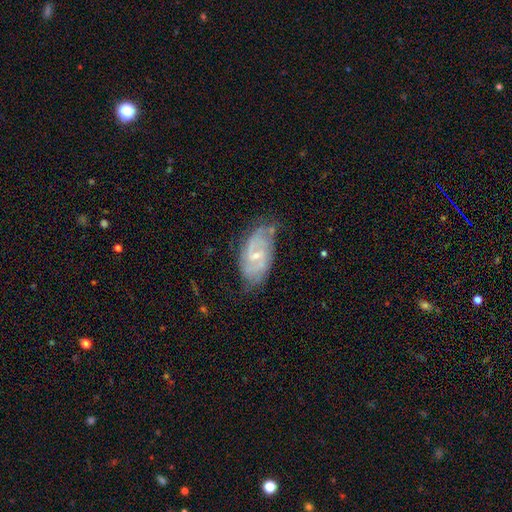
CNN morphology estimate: This appears to be a featured or disk galaxy (77%) with a weak bar (52%), 2 (55%) tight (43%) spiral arms (91%) and a small central bulge (65%). Merging: none (67%).